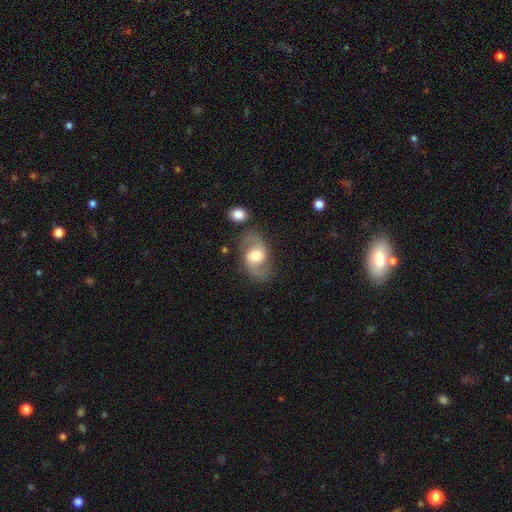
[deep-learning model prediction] Smooth or featured?
  - featured or disk: 77% *
  - smooth: 17%
  - star or artifact: 6%
Edge-on disk?
  - no: 96% *
  - yes: 4%
Bar?
  - no: 48% *
  - weak: 40%
  - strong: 12%
Spiral arms?
  - yes: 91% *
  - no: 9%
Spiral winding?
  - loose: 45% *
  - medium: 44%
  - tight: 10%
Spiral arm count?
  - 2: 92% *
  - can't tell: 3%
  - 1: 2%
  - 3: 1%
  - 4: 1%
  - more than 4: 1%
Bulge size?
  - moderate: 57% *
  - large: 27%
  - small: 11%
  - dominant: 3%
  - none: 2%
Merging?
  - none: 76% *
  - minor disturbance: 14%
  - major disturbance: 7%
  - merger: 4%